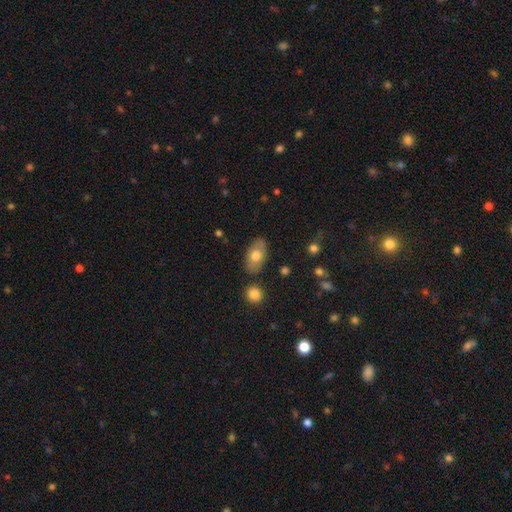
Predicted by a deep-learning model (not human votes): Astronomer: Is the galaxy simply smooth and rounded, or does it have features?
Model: smooth — 73%.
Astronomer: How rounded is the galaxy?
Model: in between — 91%.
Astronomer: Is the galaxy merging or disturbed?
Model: none — 81%.